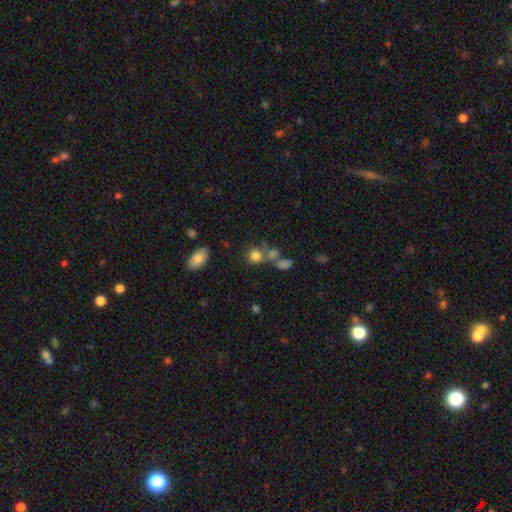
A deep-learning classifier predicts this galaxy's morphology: This appears to be a smooth galaxy with no disk features (79%) that is round (78%). Merging: none (52%).